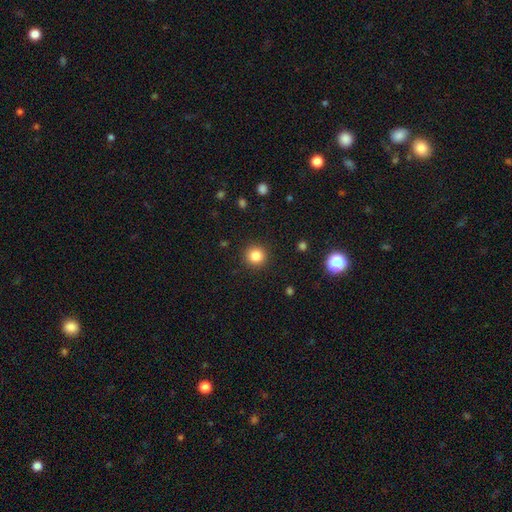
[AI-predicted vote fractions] smooth 84%, star or artifact 11%, featured or disk 5%. Down the decision tree: how rounded — round (94%); merging — none (91%).